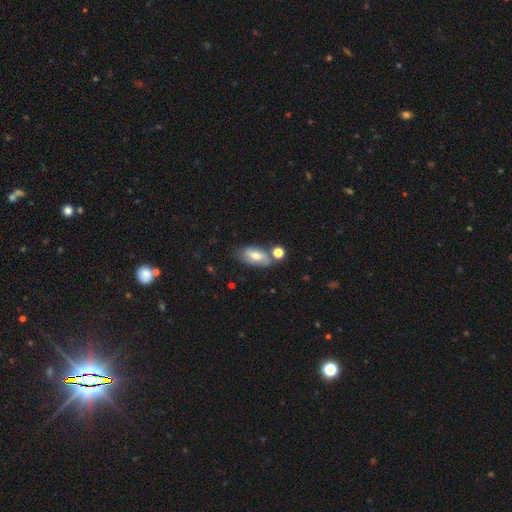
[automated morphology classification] A smooth galaxy with no disk features (63%) that is in between round and cigar-shaped (87%). Merging: none (55%).